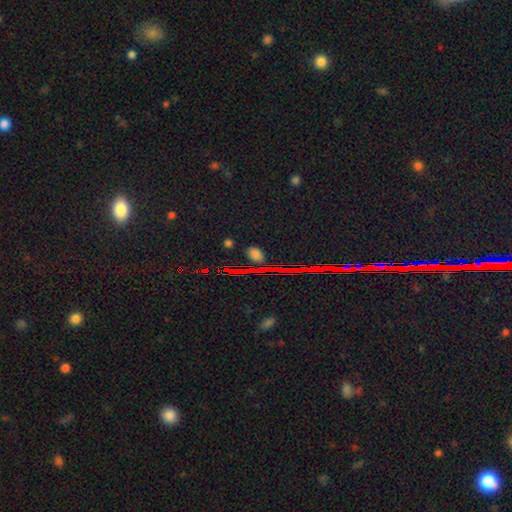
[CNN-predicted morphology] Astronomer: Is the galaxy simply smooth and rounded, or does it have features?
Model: star or artifact — 53% (runner-up: smooth, 38%).